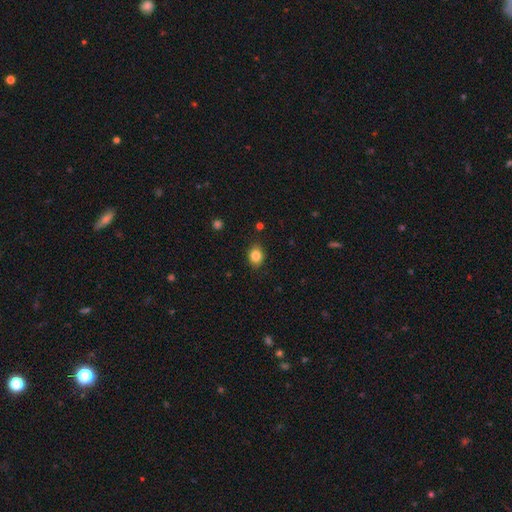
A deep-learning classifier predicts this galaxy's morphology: A smooth galaxy with no disk features (84%) that is round (53%). Merging: none (86%).